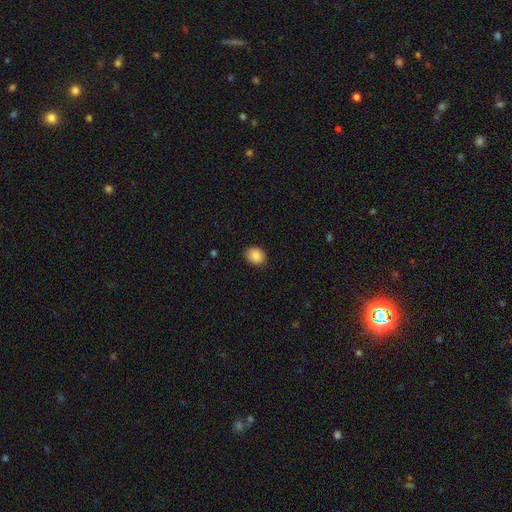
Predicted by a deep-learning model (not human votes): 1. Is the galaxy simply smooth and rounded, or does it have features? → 88% smooth, 8% star or artifact, 4% featured or disk.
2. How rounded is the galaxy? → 50% in between, 49% round, 1% cigar-shaped.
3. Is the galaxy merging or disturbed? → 85% none, 12% minor disturbance, 2% major disturbance, 1% merger.